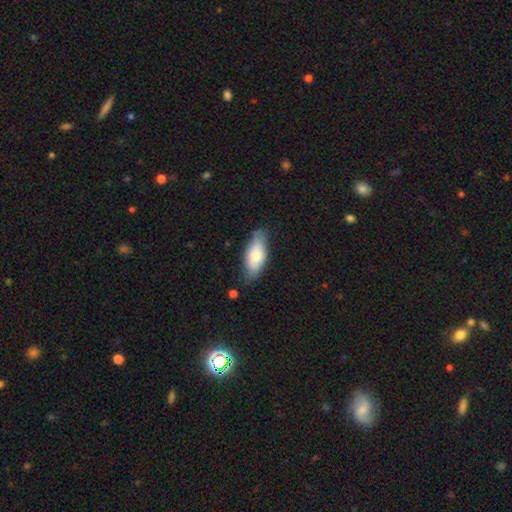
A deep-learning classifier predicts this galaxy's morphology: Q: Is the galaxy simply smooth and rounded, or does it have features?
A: smooth — 77%.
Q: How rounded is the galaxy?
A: in between — 83%.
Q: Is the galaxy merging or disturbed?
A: none — 74%.